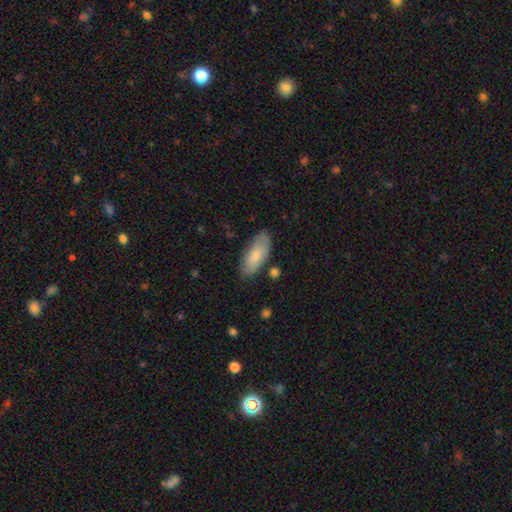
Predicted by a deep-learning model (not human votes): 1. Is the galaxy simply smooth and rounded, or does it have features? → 76% smooth, 18% featured or disk, 6% star or artifact.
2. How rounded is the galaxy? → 87% in between, 11% cigar-shaped, 2% round.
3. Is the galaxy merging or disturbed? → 78% none, 16% minor disturbance, 3% major disturbance, 3% merger.